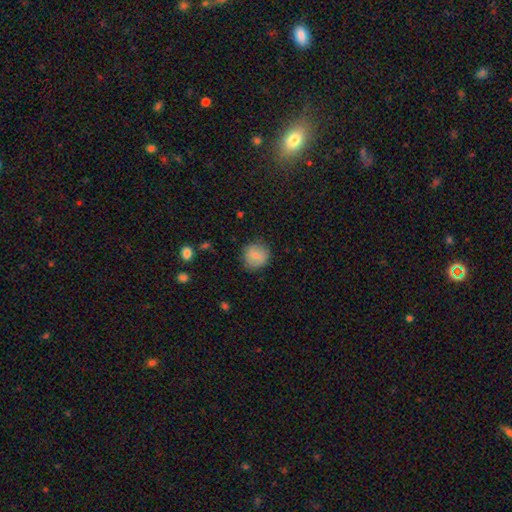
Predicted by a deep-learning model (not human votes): smooth-or-featured: smooth: 81% | featured or disk: 11% | star or artifact: 8%
  how-rounded: round: 89% | in between: 10% | cigar-shaped: 1%
  merging: none: 84% | minor disturbance: 12% | major disturbance: 3% | merger: 1%